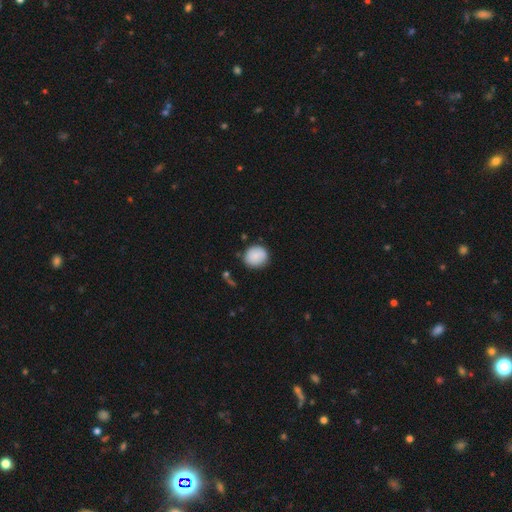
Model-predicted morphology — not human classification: Smooth or featured? smooth (86%)
How rounded? round (79%)
Merging? none (81%)